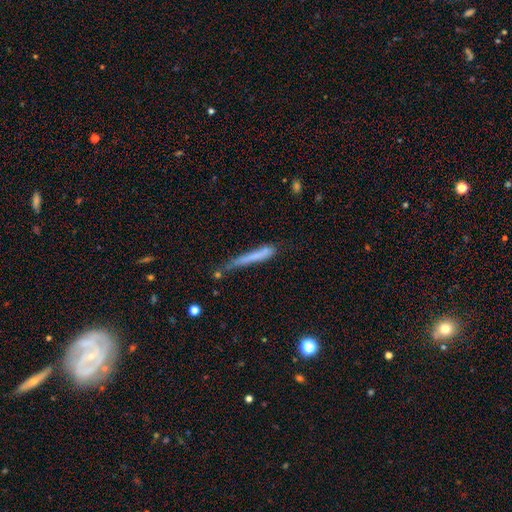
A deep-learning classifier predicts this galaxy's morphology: This appears to be a smooth galaxy with no disk features (65%) that is cigar-shaped (95%). Merging: none (51%).